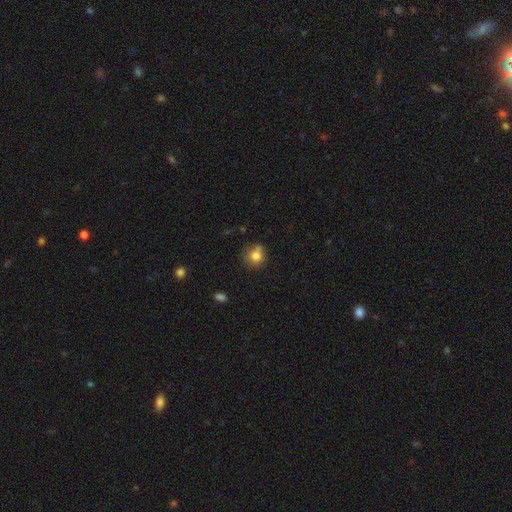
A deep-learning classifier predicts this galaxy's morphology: Smooth or featured: smooth — 79% (star or artifact — 11%)
How rounded: round — 84% (in between — 15%)
Merging: none — 63% (minor disturbance — 21%)